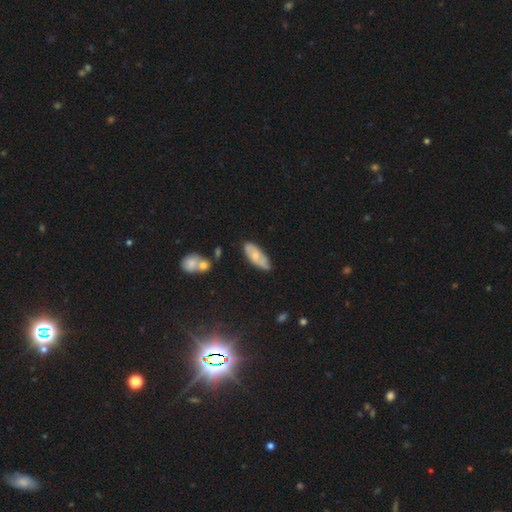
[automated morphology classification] Smooth or featured? smooth (53%)
How rounded? in between (80%)
Merging? none (66%)